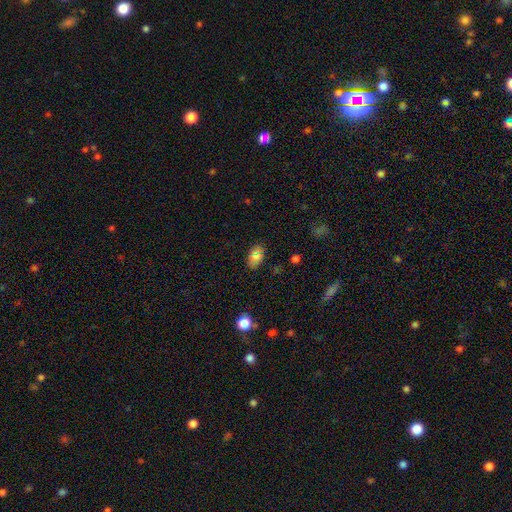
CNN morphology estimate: Smooth or featured? smooth (74%)
How rounded? in between (90%)
Merging? none (84%)